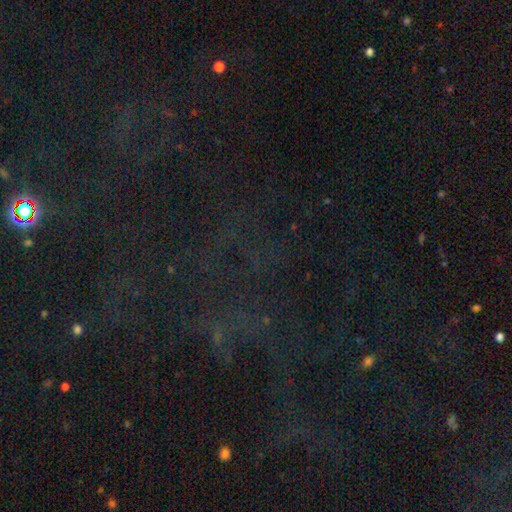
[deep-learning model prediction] star or artifact 73%, smooth 14%, featured or disk 12%.